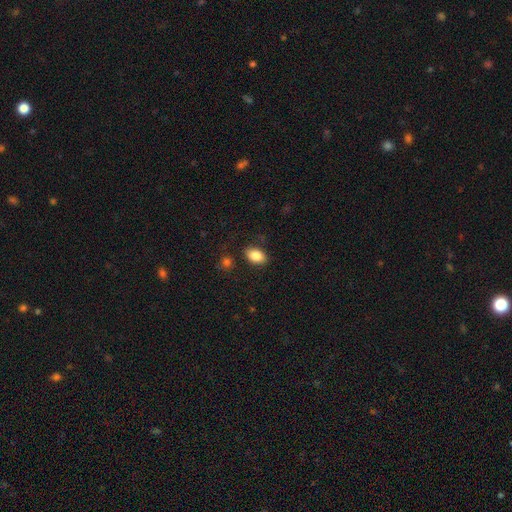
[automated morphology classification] A smooth galaxy with no disk features (86%) that is in between round and cigar-shaped (88%).

Vote fractions:
- Smooth or featured? smooth: 86% / star or artifact: 8% / featured or disk: 6%
- How rounded? in between: 88% / round: 10% / cigar-shaped: 1%
- Merging? none: 83% / minor disturbance: 11% / major disturbance: 3% / merger: 3%